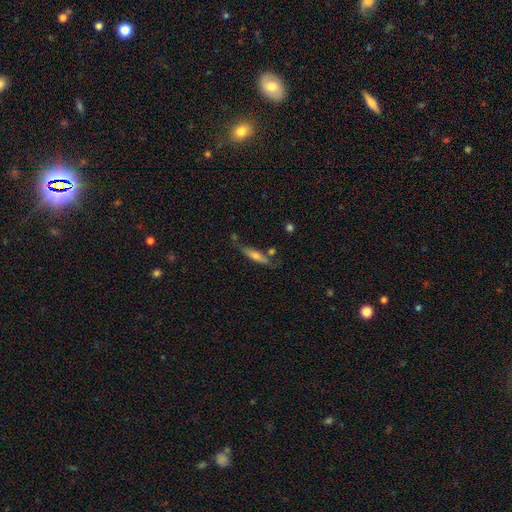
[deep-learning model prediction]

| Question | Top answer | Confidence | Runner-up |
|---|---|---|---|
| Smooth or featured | smooth | 59% | featured or disk (34%) |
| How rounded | cigar-shaped | 75% | in between (23%) |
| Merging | none | 67% | minor disturbance (19%) |